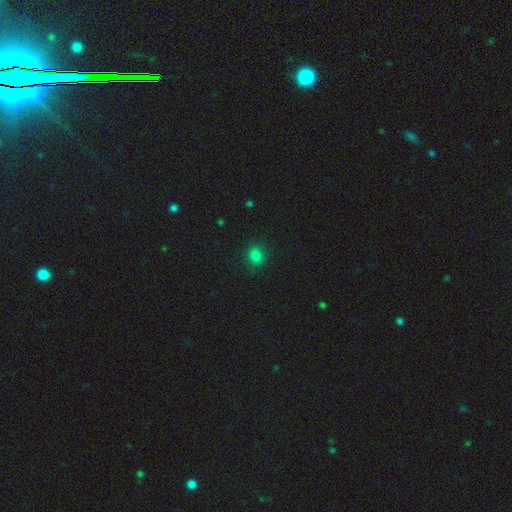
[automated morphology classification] type=smooth (81%); roundness=round (65%); merging=none (86%).